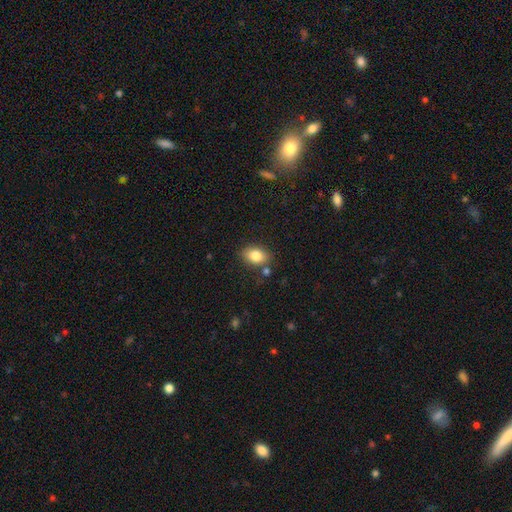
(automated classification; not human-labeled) A smooth galaxy with no disk features (82%) that is in between round and cigar-shaped (81%). Merging: none (78%).